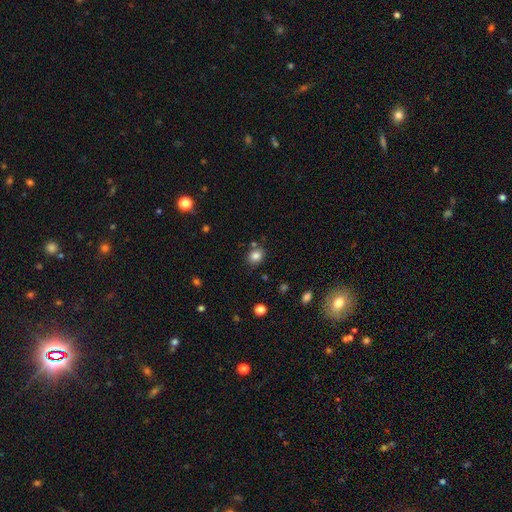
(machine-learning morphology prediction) smooth_or_featured: smooth (p=0.82) [alt: star or artifact p=0.12]
how_rounded: round (p=0.64) [alt: in between p=0.35]
merging: none (p=0.80) [alt: minor disturbance p=0.11]